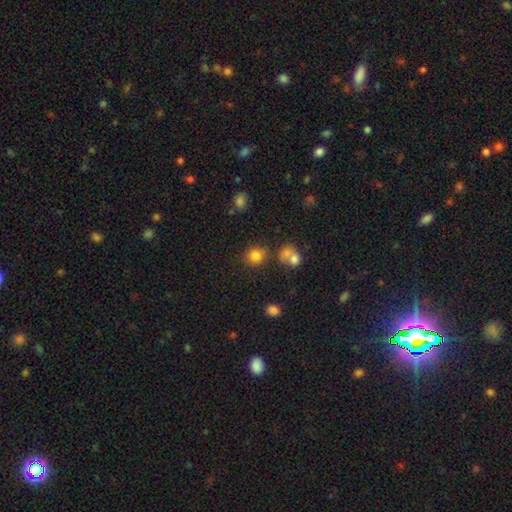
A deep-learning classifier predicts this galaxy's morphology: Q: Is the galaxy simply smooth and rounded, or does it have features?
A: smooth — 81%.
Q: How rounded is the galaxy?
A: round — 83%.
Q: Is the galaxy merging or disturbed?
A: none — 75%.